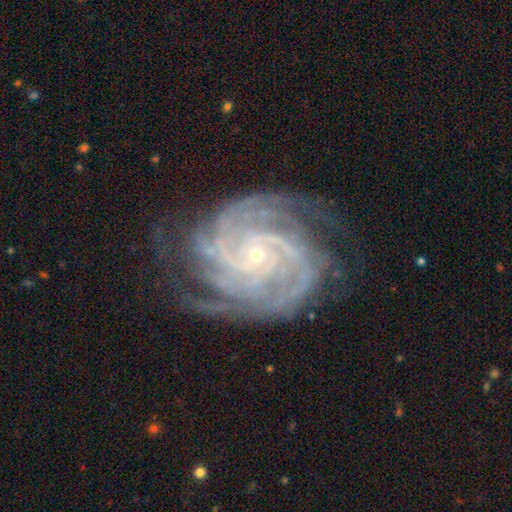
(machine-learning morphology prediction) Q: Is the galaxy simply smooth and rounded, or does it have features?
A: featured or disk — 92%.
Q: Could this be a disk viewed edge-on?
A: no — 98%.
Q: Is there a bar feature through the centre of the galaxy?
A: no — 69%.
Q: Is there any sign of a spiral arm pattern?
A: yes — 99%.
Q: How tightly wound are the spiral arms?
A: tight — 75%.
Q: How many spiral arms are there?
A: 4 — 28%.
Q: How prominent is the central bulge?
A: small — 84%.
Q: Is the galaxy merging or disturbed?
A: none — 73%.